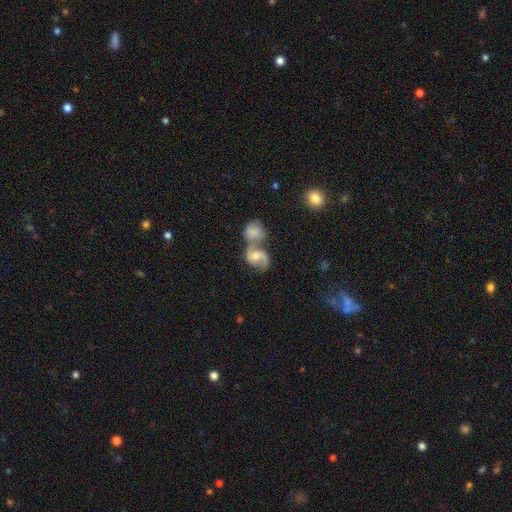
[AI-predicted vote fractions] This appears to be a featured or disk galaxy (69%) with no bar (51%), 2 (83%) medium (51%) spiral arms (90%) and a moderate central bulge (63%). Merging: merger (65%).